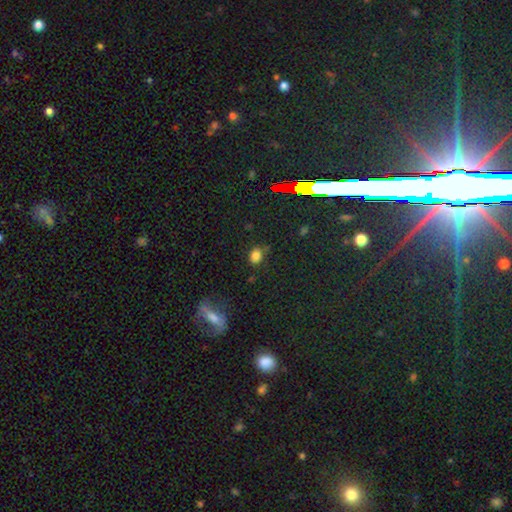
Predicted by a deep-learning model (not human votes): Smooth or featured: smooth — 79% (star or artifact — 15%)
How rounded: in between — 55% (round — 43%)
Merging: none — 74% (minor disturbance — 17%)